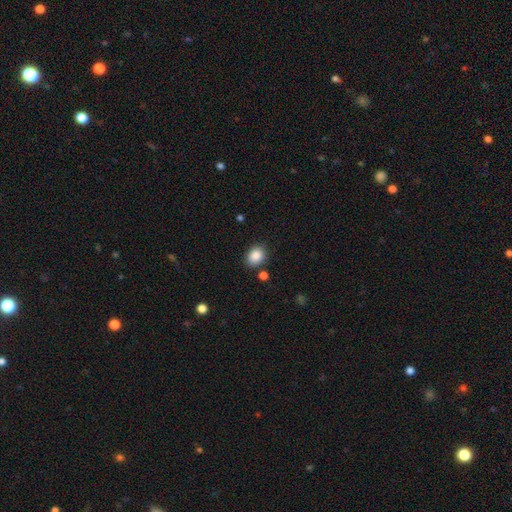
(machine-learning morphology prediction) Overall: smooth (87%). How rounded: in between (57%; round 42%). Merging: none (80%).